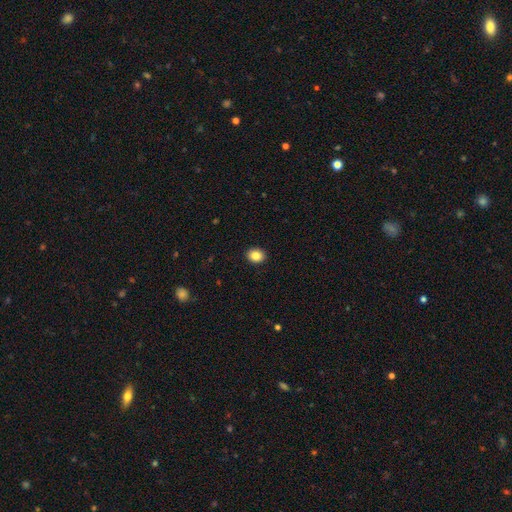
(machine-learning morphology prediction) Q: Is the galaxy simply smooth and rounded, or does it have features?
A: smooth — 86%.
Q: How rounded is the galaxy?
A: round — 56%.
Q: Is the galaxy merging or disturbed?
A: none — 92%.